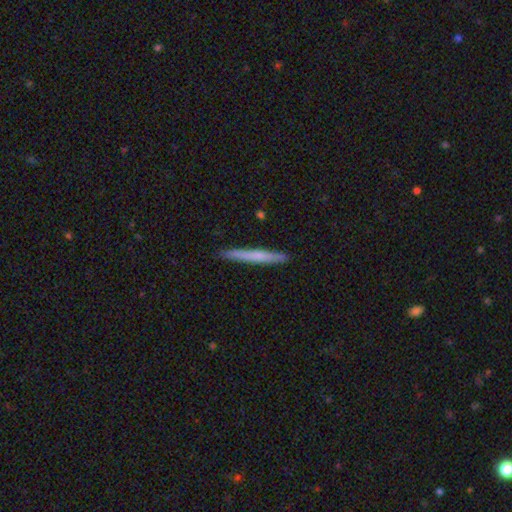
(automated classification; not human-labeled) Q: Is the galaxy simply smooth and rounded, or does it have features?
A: smooth — 57%.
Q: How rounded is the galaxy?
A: cigar-shaped — 97%.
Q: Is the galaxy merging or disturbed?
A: none — 91%.